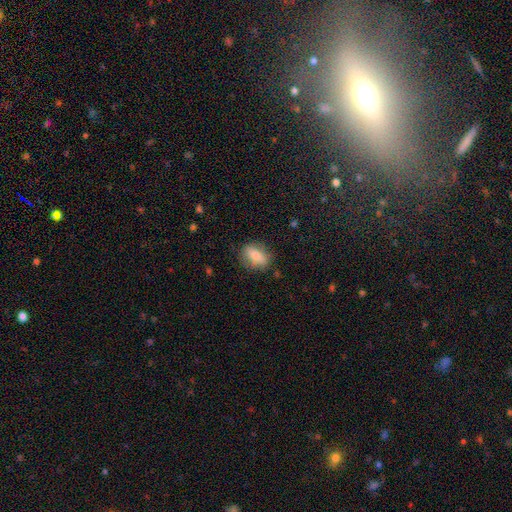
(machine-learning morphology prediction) Smooth or featured? Predicted: smooth (p=0.74). How rounded? Predicted: in between (p=0.74). Merging? Predicted: none (p=0.80).